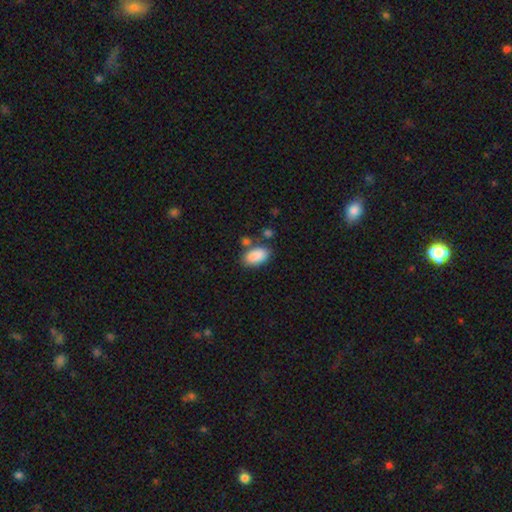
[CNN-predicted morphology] smooth_or_featured: smooth (p=0.88) [alt: star or artifact p=0.07]
how_rounded: in between (p=0.94) [alt: round p=0.04]
merging: none (p=0.71) [alt: minor disturbance p=0.14]